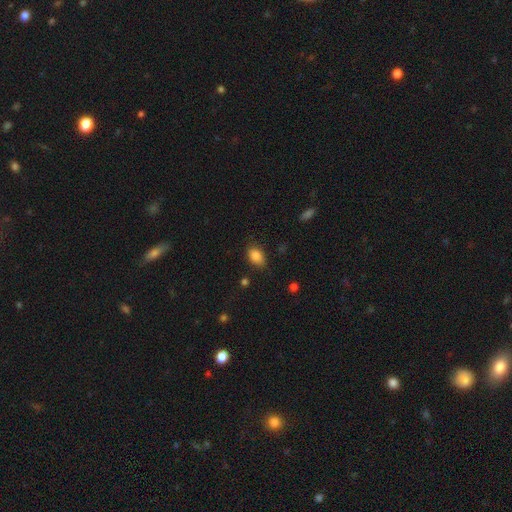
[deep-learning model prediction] smooth 85%, star or artifact 9%, featured or disk 6%. Down the decision tree: how rounded — in between (84%); merging — none (79%).